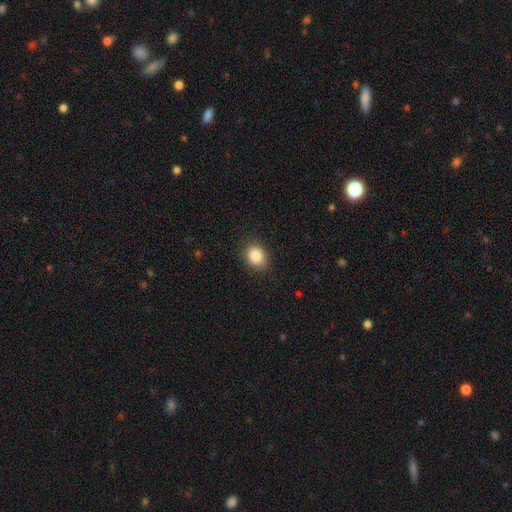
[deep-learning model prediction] A smooth galaxy with no disk features (87%) that is in between round and cigar-shaped (56%).

Vote fractions:
- Smooth or featured? smooth: 87% / star or artifact: 9% / featured or disk: 4%
- How rounded? in between: 56% / round: 43% / cigar-shaped: 1%
- Merging? none: 86% / minor disturbance: 10% / major disturbance: 3% / merger: 1%